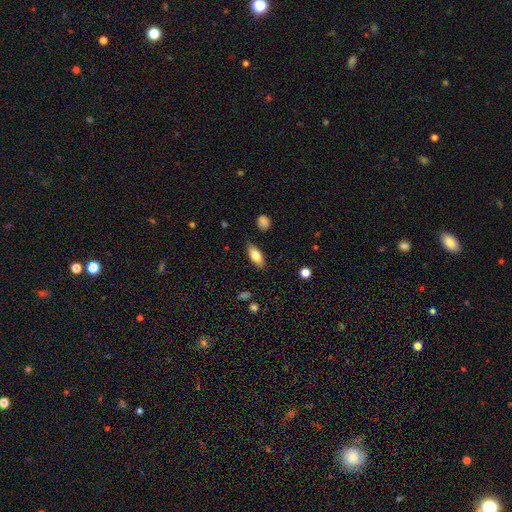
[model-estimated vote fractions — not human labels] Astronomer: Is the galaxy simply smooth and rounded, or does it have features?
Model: smooth — 78%.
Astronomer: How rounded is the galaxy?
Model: in between — 83%.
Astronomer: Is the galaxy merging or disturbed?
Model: none — 84%.